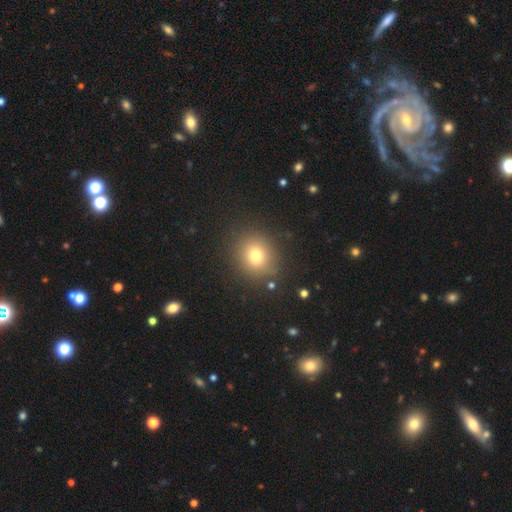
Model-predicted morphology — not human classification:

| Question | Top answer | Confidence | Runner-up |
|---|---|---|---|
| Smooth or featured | smooth | 75% | star or artifact (15%) |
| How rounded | round | 79% | in between (20%) |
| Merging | none | 86% | minor disturbance (9%) |